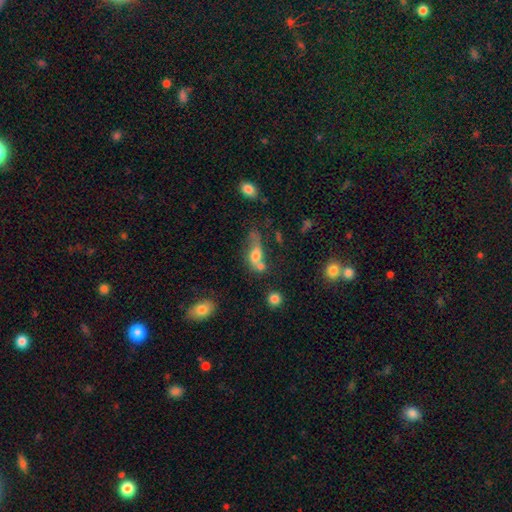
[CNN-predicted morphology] Smooth or featured? Predicted: smooth (p=0.61). How rounded? Predicted: in between (p=0.64). Merging? Predicted: merger (p=0.42).